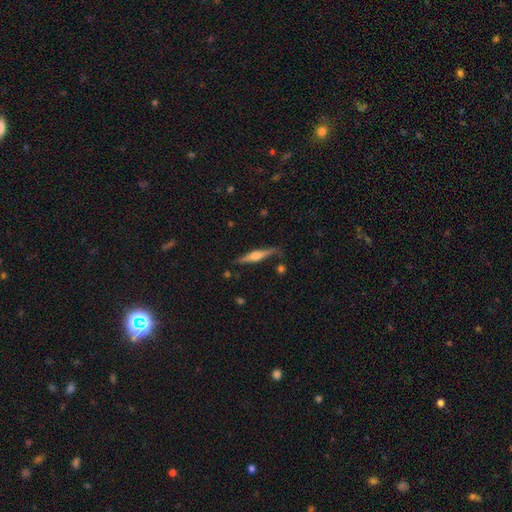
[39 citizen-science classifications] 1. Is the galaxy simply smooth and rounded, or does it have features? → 64% featured or disk, 31% smooth, 5% star or artifact.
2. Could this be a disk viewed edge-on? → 100% yes, 0% no.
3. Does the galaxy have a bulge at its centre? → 100% rounded, 0% boxy, 0% none.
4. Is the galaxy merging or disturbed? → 81% none, 14% merger, 3% minor disturbance, 3% major disturbance.